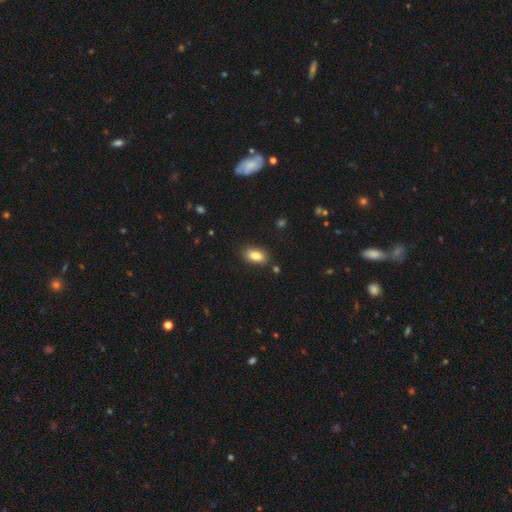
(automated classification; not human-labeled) The model was most divided on "merging": none: 84%, minor disturbance: 11%, merger: 3%, major disturbance: 3%. More confident: how rounded — in between (89%); smooth or featured — smooth (84%).